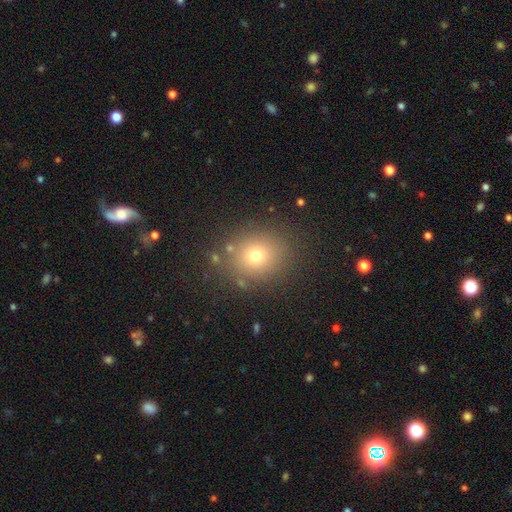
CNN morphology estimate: Q: Smooth or featured?
A: smooth (71%); runner-up: star or artifact (18%)
Q: How rounded?
A: round (74%); runner-up: in between (26%)
Q: Merging?
A: none (83%); runner-up: minor disturbance (9%)